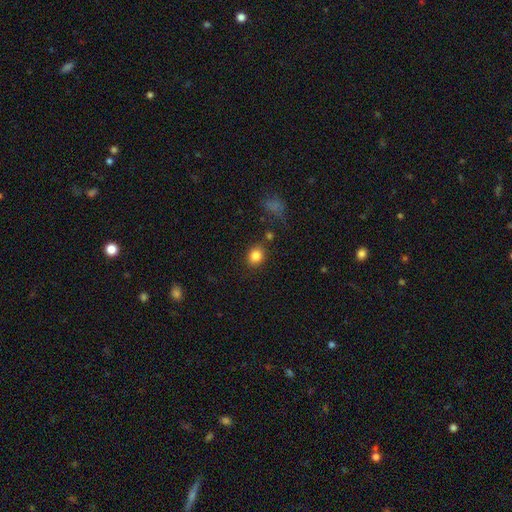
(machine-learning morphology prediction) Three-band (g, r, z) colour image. It shows a smooth galaxy with no disk features (84%) that is round (54%). Merging: none (81%).